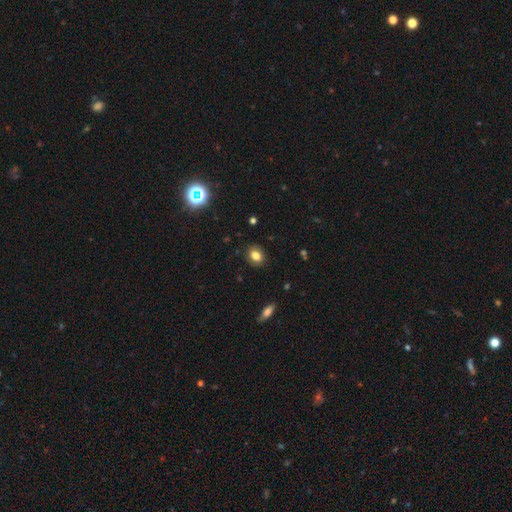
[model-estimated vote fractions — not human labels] smooth_or_featured: smooth (p=0.81) [alt: star or artifact p=0.11]
how_rounded: in between (p=0.56) [alt: round p=0.43]
merging: none (p=0.87) [alt: minor disturbance p=0.10]